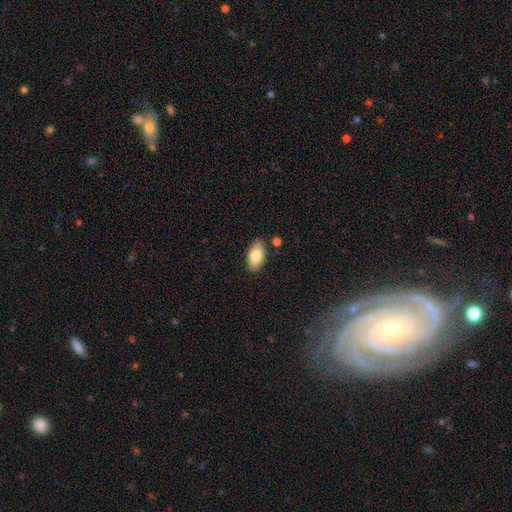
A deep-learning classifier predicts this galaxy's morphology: smooth-or-featured: smooth: 81% | featured or disk: 12% | star or artifact: 7%
  how-rounded: in between: 93% | cigar-shaped: 4% | round: 3%
  merging: none: 84% | minor disturbance: 10% | merger: 3% | major disturbance: 2%